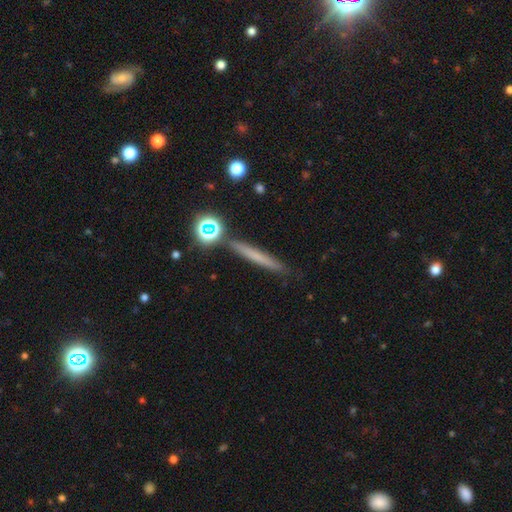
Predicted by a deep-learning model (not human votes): Q: Smooth or featured?
A: smooth (57%); runner-up: featured or disk (31%)
Q: How rounded?
A: cigar-shaped (91%); runner-up: round (5%)
Q: Merging?
A: none (84%); runner-up: minor disturbance (10%)